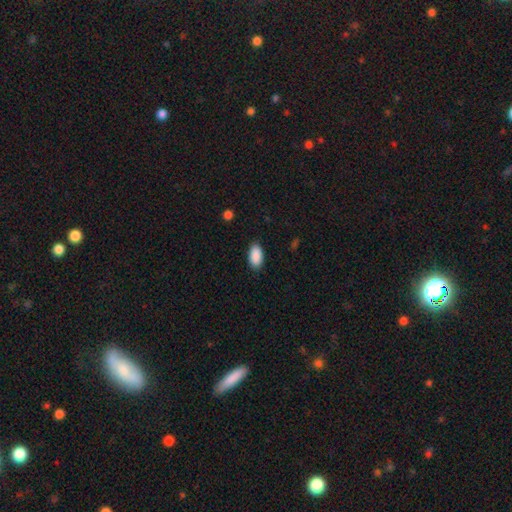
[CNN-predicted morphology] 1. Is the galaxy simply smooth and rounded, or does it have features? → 91% smooth, 6% star or artifact, 3% featured or disk.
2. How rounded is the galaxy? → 95% in between, 3% round, 3% cigar-shaped.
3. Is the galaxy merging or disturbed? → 88% none, 9% minor disturbance, 2% major disturbance, 1% merger.